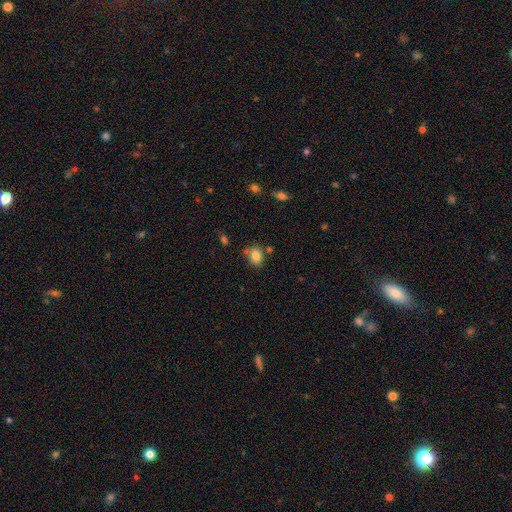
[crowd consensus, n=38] Overall: smooth (82%). How rounded: in between (61%; round 39%). Merging: none (78%).